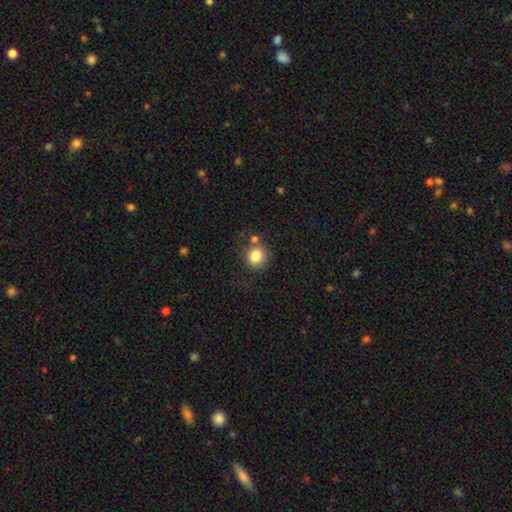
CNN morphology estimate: smooth 83%, star or artifact 10%, featured or disk 7%. Down the decision tree: how rounded — round (88%); merging — none (70%).